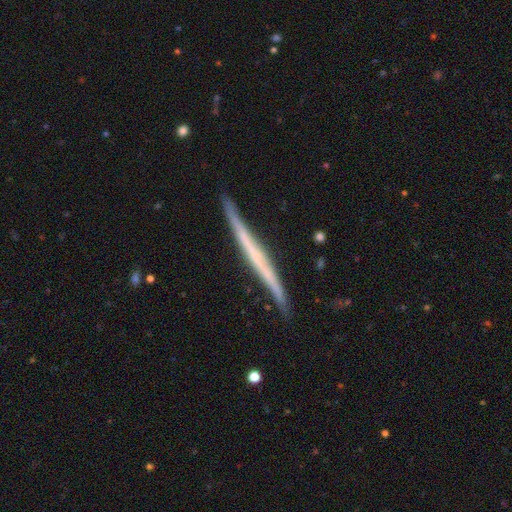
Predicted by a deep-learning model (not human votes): The model was most divided on "smooth or featured": featured or disk: 66%, smooth: 29%, star or artifact: 6%. More confident: edge-on disk — yes (97%); merging — none (87%); edge-on bulge — none (82%).